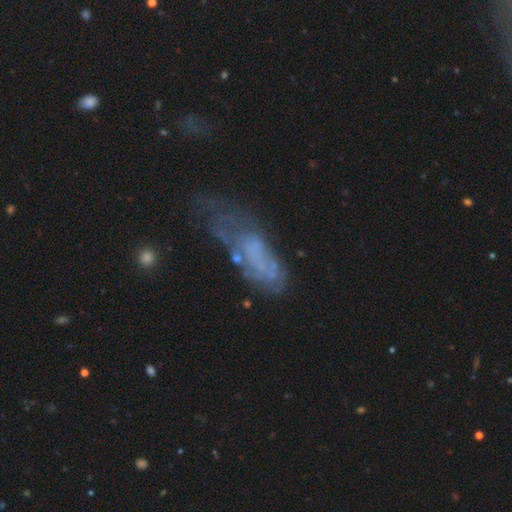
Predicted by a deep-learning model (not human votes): Overall: featured or disk (49%; smooth 38%). Merging: major disturbance (38%; none 28%).